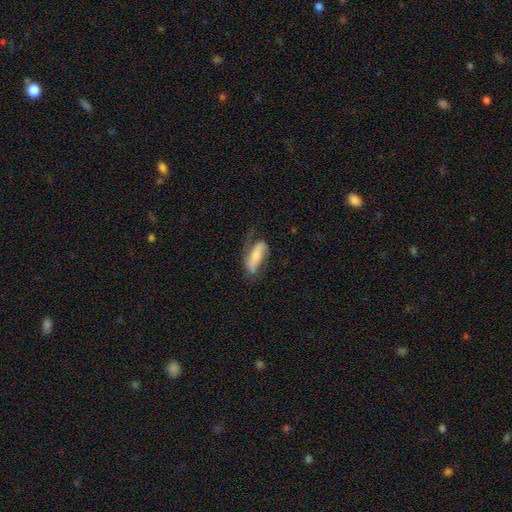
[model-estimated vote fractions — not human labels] Smooth or featured? Predicted: smooth (p=0.51). How rounded? Predicted: in between (p=0.65). Merging? Predicted: none (p=0.45).